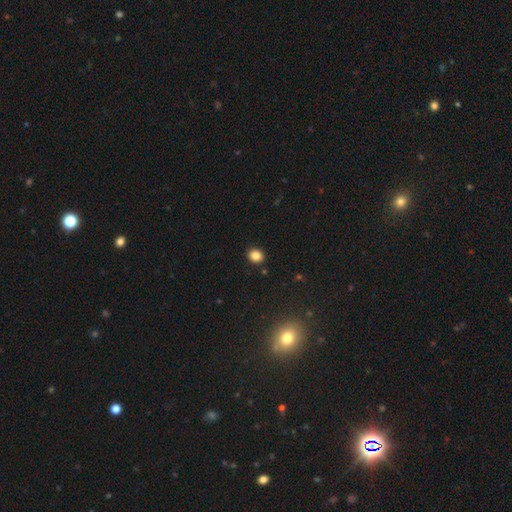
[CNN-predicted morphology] smooth-or-featured: smooth: 84% | star or artifact: 11% | featured or disk: 5%
  how-rounded: round: 64% | in between: 35% | cigar-shaped: 1%
  merging: none: 90% | minor disturbance: 7% | major disturbance: 2% | merger: 2%